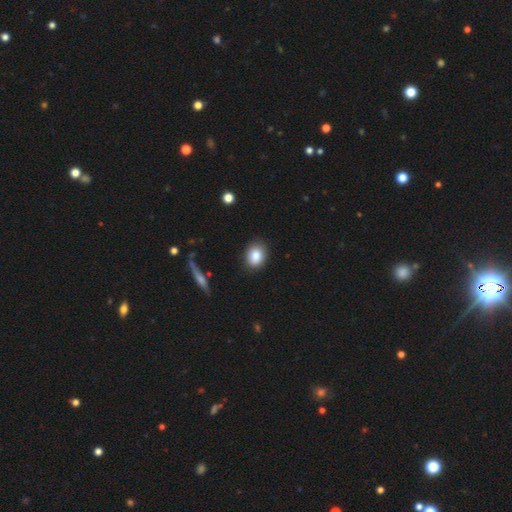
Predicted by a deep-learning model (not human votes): This appears to be a smooth galaxy with no disk features (83%) that is round (50%). Merging: none (88%).